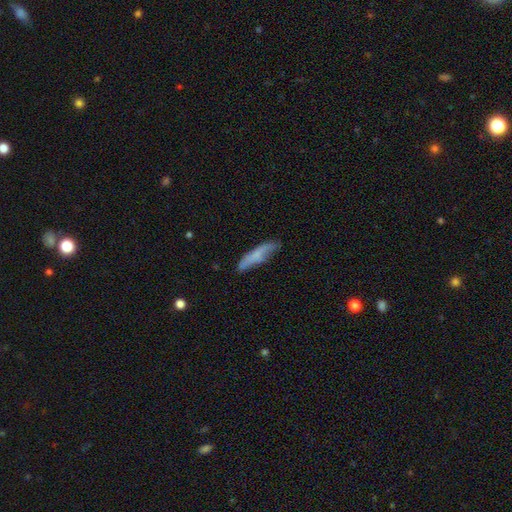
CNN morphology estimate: type=smooth (66%); roundness=cigar-shaped (78%); merging=none (63%).